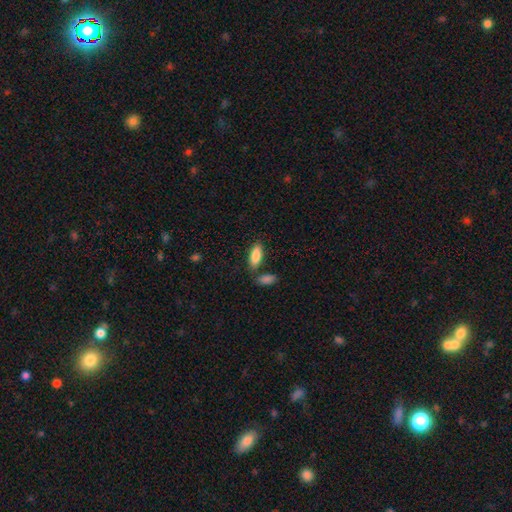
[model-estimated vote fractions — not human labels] Q: Smooth or featured?
A: smooth (87%); runner-up: featured or disk (7%)
Q: How rounded?
A: in between (77%); runner-up: cigar-shaped (21%)
Q: Merging?
A: none (68%); runner-up: merger (16%)